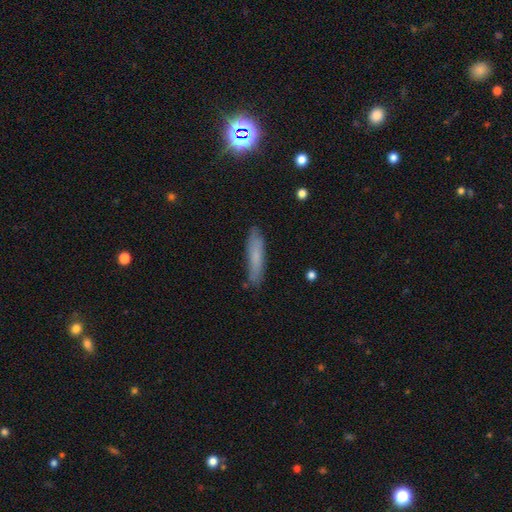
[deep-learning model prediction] Smooth or featured: smooth — 71% (featured or disk — 20%)
How rounded: cigar-shaped — 82% (in between — 16%)
Merging: none — 81% (minor disturbance — 15%)